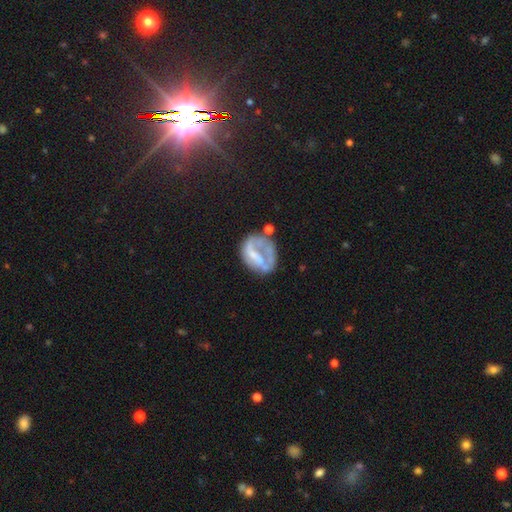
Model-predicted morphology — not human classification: featured or disk 59%, smooth 31%, star or artifact 10%. Down the decision tree: edge-on disk — no (97%); bar — no (46%); spiral arms — no (65%); bulge size — none (56%); merging — none (37%).